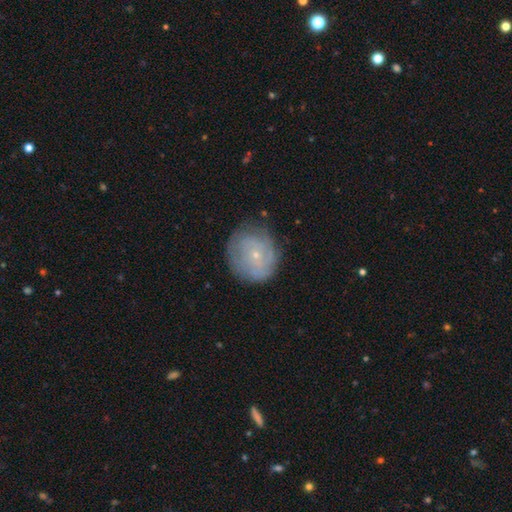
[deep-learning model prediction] featured or disk 52%, smooth 40%, star or artifact 9%. Down the decision tree: edge-on disk — no (96%); merging — none (72%).